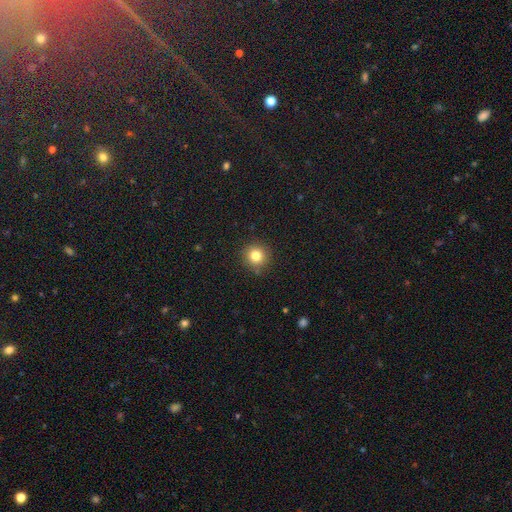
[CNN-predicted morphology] Q: Smooth or featured?
A: smooth (81%); runner-up: star or artifact (12%)
Q: How rounded?
A: round (94%); runner-up: in between (5%)
Q: Merging?
A: none (87%); runner-up: minor disturbance (9%)